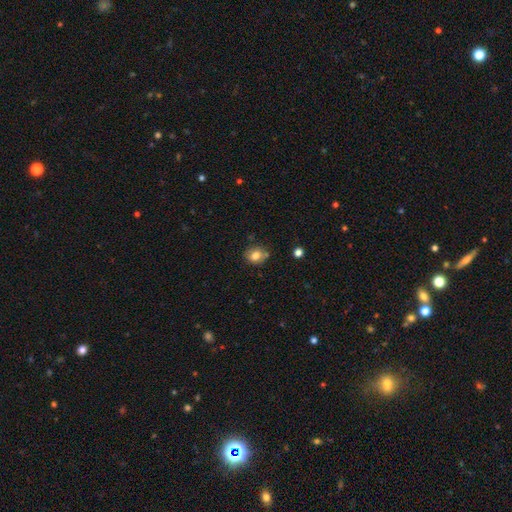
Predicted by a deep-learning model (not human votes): This is likely a smooth galaxy (79%). How rounded: likely round (65%). Merging: likely none (74%).